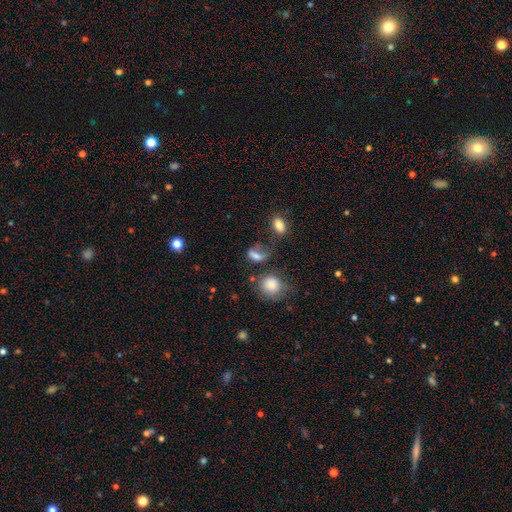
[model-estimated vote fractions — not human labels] A smooth galaxy with no disk features (67%) that is in between round and cigar-shaped (62%).

Vote fractions:
- Smooth or featured? smooth: 67% / featured or disk: 18% / star or artifact: 15%
- How rounded? in between: 62% / round: 33% / cigar-shaped: 6%
- Merging? none: 34% / major disturbance: 28% / minor disturbance: 22% / merger: 17%